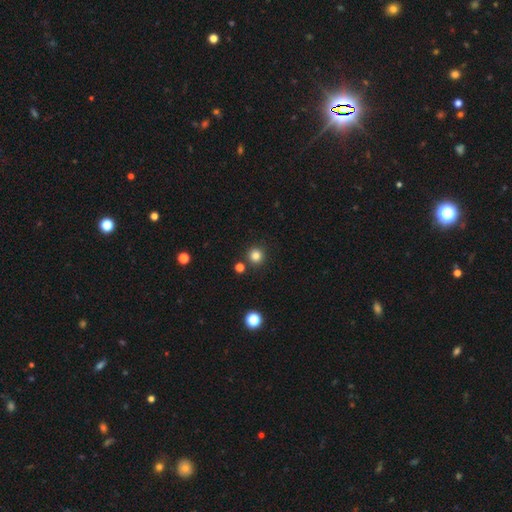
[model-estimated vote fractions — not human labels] The model was most divided on "smooth or featured": smooth: 82%, star or artifact: 13%, featured or disk: 4%. More confident: how rounded — round (95%); merging — none (88%).